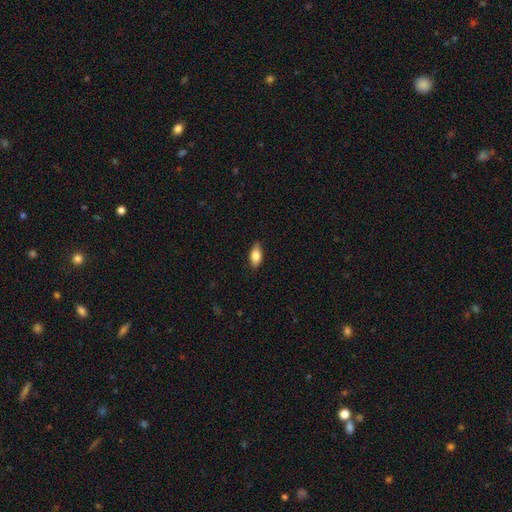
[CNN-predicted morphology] Smooth or featured?
  - smooth: 81% *
  - featured or disk: 12%
  - star or artifact: 7%
How rounded?
  - in between: 88% *
  - cigar-shaped: 8%
  - round: 4%
Merging?
  - none: 85% *
  - minor disturbance: 12%
  - major disturbance: 2%
  - merger: 1%